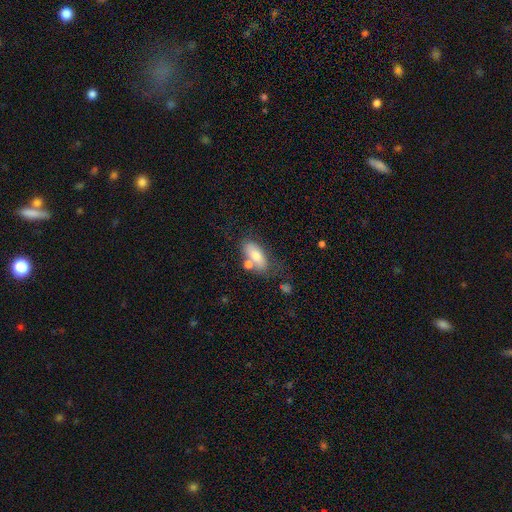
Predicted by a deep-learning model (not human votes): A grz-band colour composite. It shows a smooth galaxy with no disk features (70%) that is in between round and cigar-shaped (84%). Merging: none (54%).